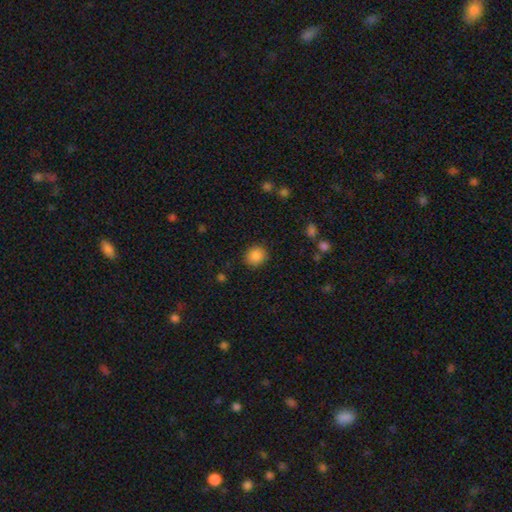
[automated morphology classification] Smooth or featured?
  - smooth: 87% *
  - star or artifact: 9%
  - featured or disk: 4%
How rounded?
  - round: 81% *
  - in between: 18%
  - cigar-shaped: 1%
Merging?
  - none: 88% *
  - minor disturbance: 9%
  - major disturbance: 3%
  - merger: 1%